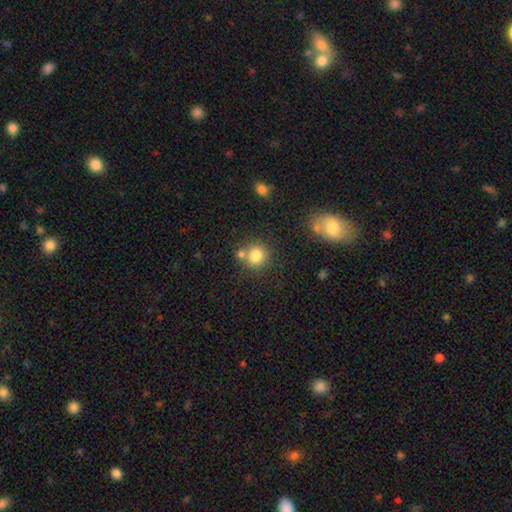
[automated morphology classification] Overall: smooth (81%). How rounded: round (87%). Merging: none (65%).